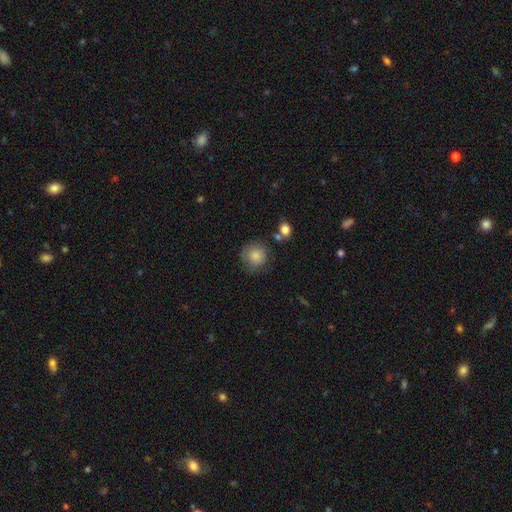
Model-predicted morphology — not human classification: Smooth or featured? Predicted: smooth (p=0.81). How rounded? Predicted: round (p=0.91). Merging? Predicted: none (p=0.72).